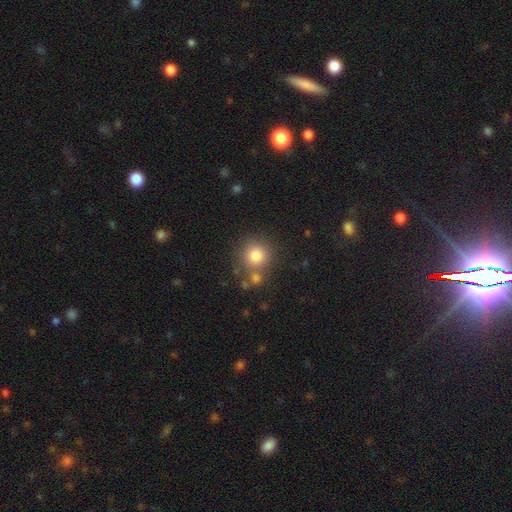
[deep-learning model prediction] smooth_or_featured: smooth (p=0.80) [alt: star or artifact p=0.12]
how_rounded: round (p=0.92) [alt: in between p=0.07]
merging: none (p=0.70) [alt: merger p=0.16]